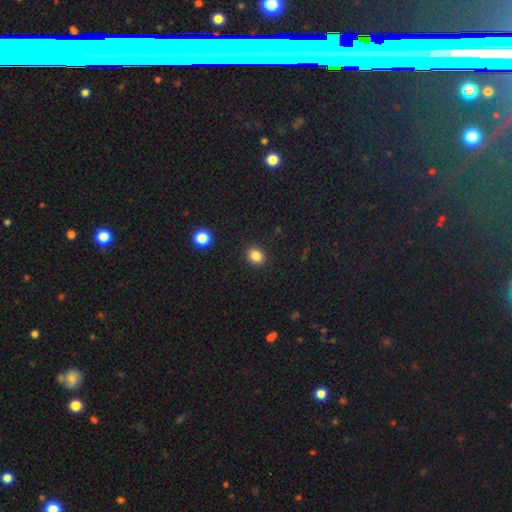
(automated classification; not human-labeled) Smooth or featured: smooth — 85% (star or artifact — 11%)
How rounded: round — 59% (in between — 40%)
Merging: none — 90% (minor disturbance — 6%)